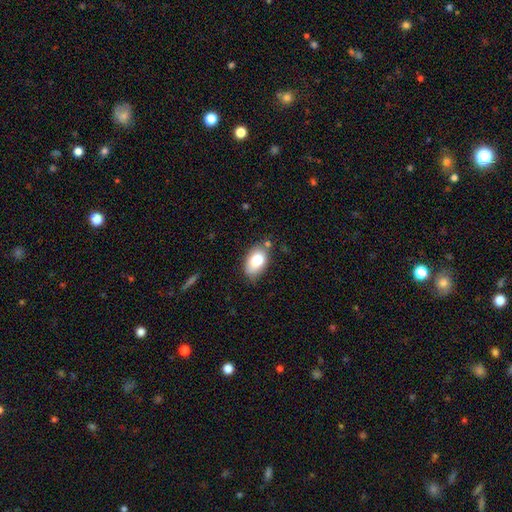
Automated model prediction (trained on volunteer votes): This appears to be a smooth galaxy with no disk features (78%) that is in between round and cigar-shaped (89%). Merging: none (70%).